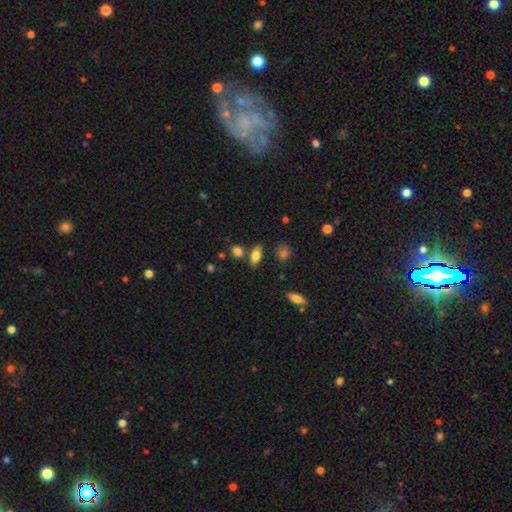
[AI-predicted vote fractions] smooth_or_featured: smooth (p=0.73) [alt: featured or disk p=0.18]
how_rounded: in between (p=0.79) [alt: cigar-shaped p=0.11]
merging: none (p=0.72) [alt: minor disturbance p=0.13]